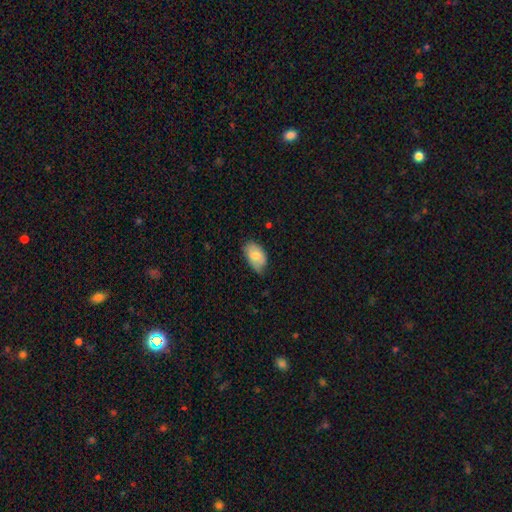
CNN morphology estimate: This is likely a smooth galaxy (75%). How rounded: clearly in between (92%). Merging: likely none (61%).